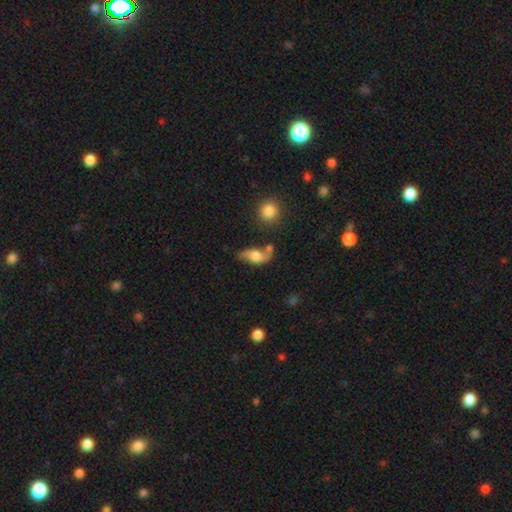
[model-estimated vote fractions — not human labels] This appears to be a featured or disk galaxy (61%) with no bar (66%), spiral arms (85%) and a moderate central bulge (47%). Merging: none (51%).